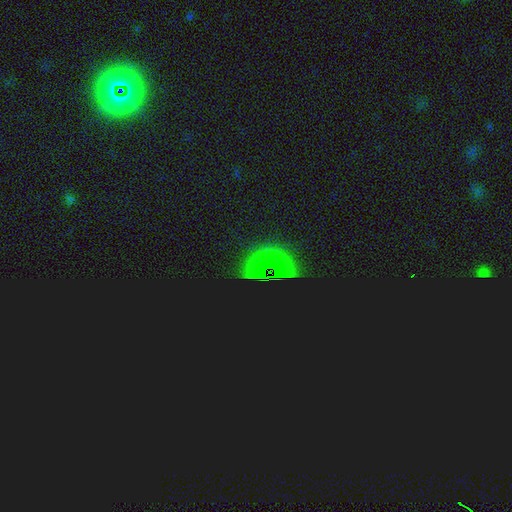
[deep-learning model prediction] A star or artifact, not a galaxy (65%).